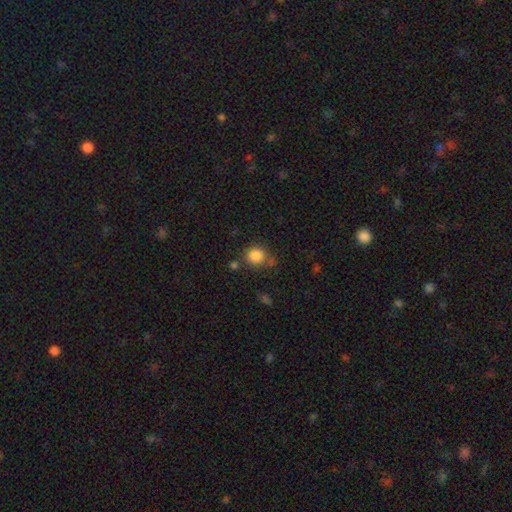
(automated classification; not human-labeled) This is clearly a smooth galaxy (85%). How rounded: clearly round (81%). Merging: likely none (70%).